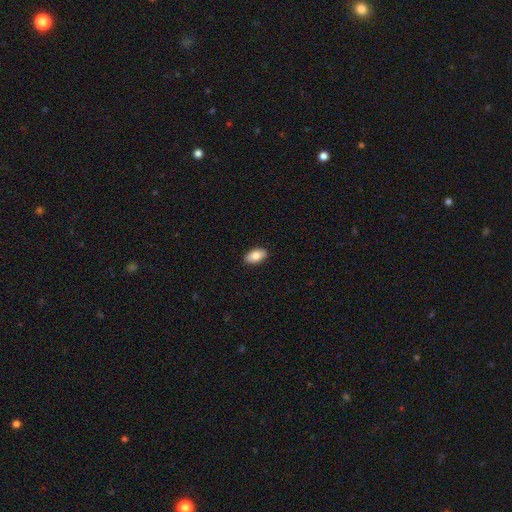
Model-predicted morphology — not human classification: smooth 86%, featured or disk 7%, star or artifact 7%. Down the decision tree: how rounded — in between (94%); merging — none (90%).